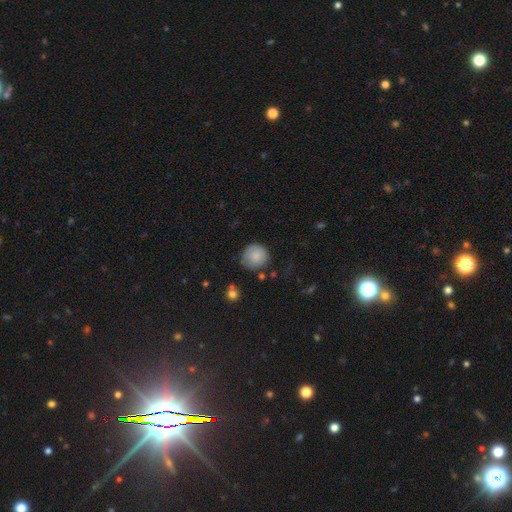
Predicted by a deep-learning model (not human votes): This is clearly a smooth galaxy (83%). How rounded: clearly round (92%). Merging: likely none (75%).